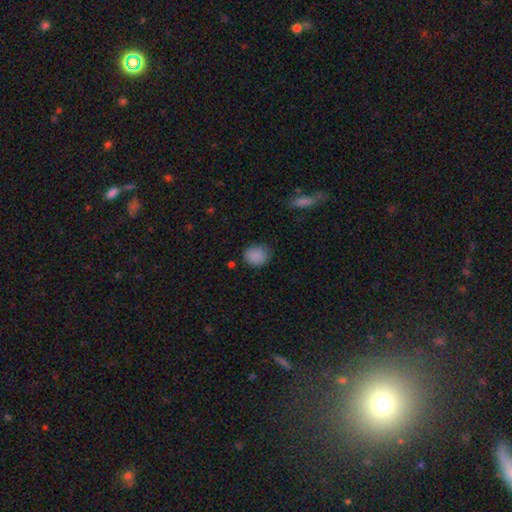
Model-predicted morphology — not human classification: Overall: smooth (87%). How rounded: round (65%; in between 34%). Merging: none (79%).